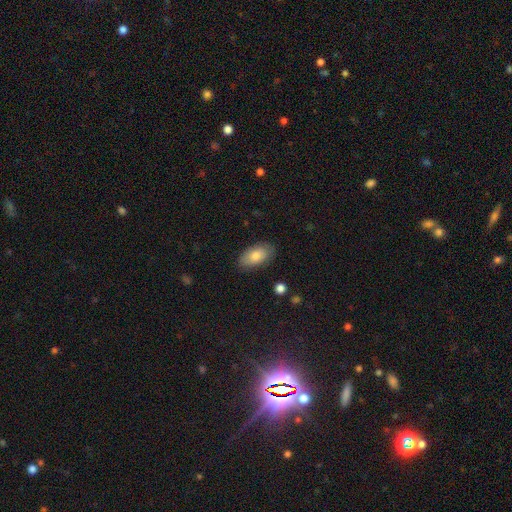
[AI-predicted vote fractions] Smooth or featured: smooth — 80% (featured or disk — 14%)
How rounded: in between — 94% (round — 4%)
Merging: none — 84% (minor disturbance — 12%)